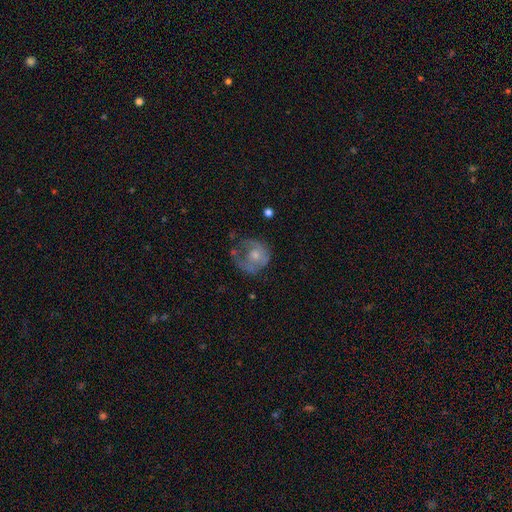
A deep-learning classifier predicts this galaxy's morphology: This is possibly a featured or disk galaxy (52%). It is clearly not viewed edge-on (97%). Bar: clearly no (82%). Spiral arm pattern: possibly no (50%, tied with yes). Central bulge: possibly moderate (47%). Merging: marginally major disturbance (38%).